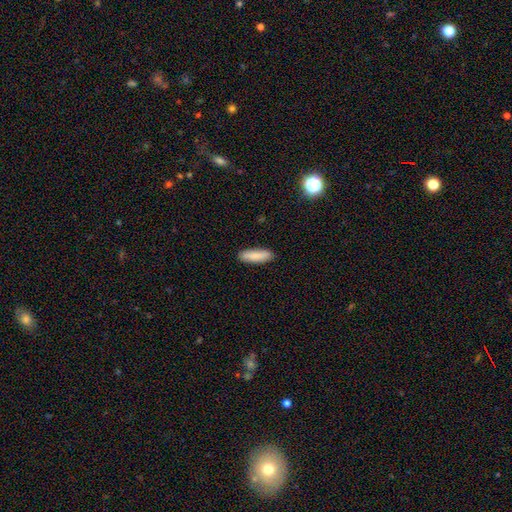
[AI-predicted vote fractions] smooth_or_featured: smooth (p=0.86) [alt: featured or disk p=0.08]
how_rounded: cigar-shaped (p=0.61) [alt: in between p=0.37]
merging: none (p=0.89) [alt: minor disturbance p=0.08]